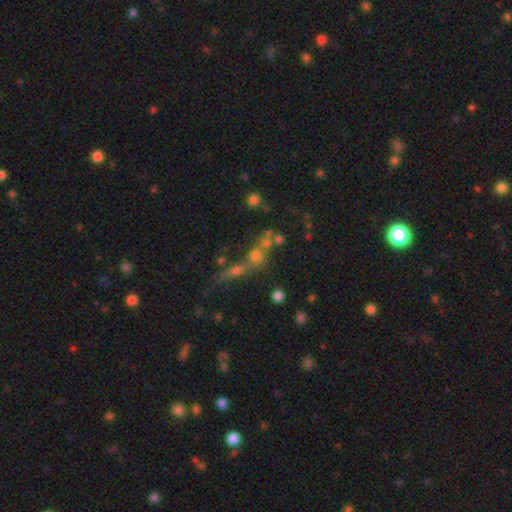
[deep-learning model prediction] smooth 49%, star or artifact 27%, featured or disk 24%. Down the decision tree: merging — merger (46%).